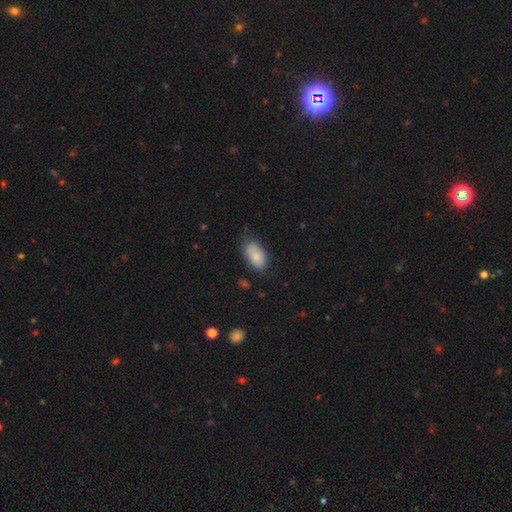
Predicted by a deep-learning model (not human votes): A smooth galaxy with no disk features (82%) that is in between round and cigar-shaped (94%).

Vote fractions:
- Smooth or featured? smooth: 82% / featured or disk: 12% / star or artifact: 7%
- How rounded? in between: 94% / round: 4% / cigar-shaped: 3%
- Merging? none: 64% / minor disturbance: 28% / major disturbance: 6% / merger: 2%